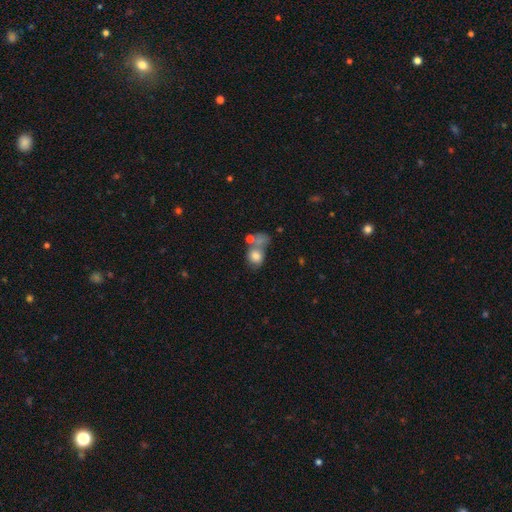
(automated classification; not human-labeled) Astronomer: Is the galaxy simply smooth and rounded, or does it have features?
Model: smooth — 74%.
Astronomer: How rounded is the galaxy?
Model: round — 52% (runner-up: in between, 46%).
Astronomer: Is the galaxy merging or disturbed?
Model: merger — 46% (runner-up: none, 26%).